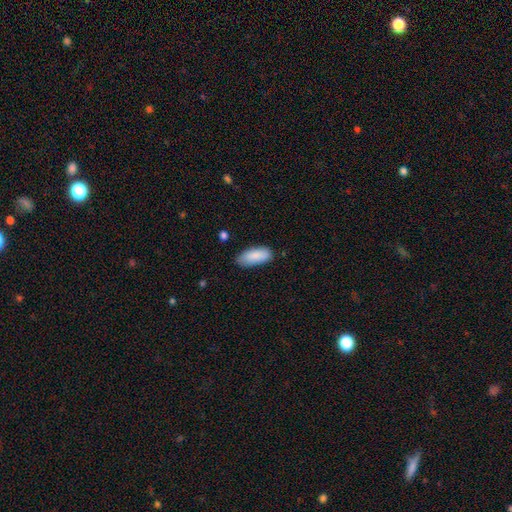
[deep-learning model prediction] Morphology: type=smooth (88%); roundness=in between (86%); merging=none (78%).